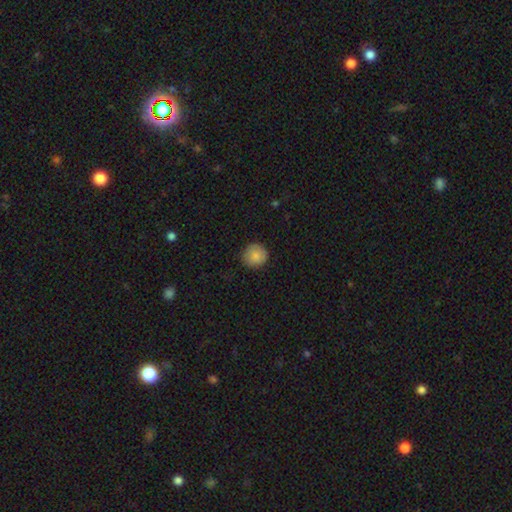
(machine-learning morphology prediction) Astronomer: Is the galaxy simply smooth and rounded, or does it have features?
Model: smooth — 86%.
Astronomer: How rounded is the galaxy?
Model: round — 93%.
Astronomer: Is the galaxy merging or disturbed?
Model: none — 87%.